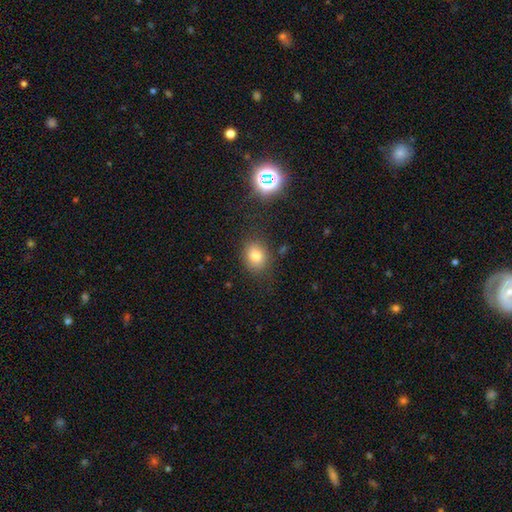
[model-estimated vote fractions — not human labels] This is likely a smooth galaxy (76%). How rounded: possibly round (59%). Merging: clearly none (80%).